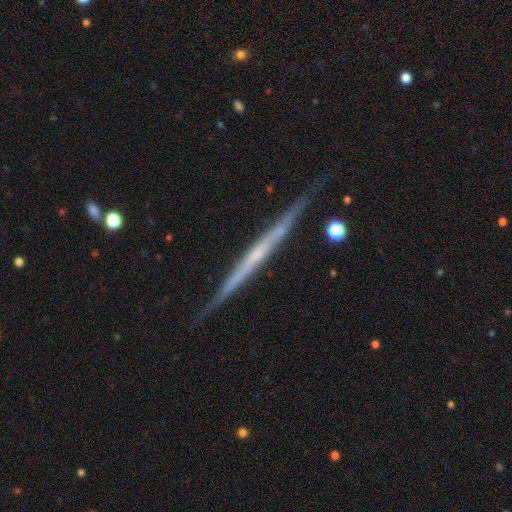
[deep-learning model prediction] Smooth or featured: featured or disk — 75% (smooth — 19%)
Edge-on disk: yes — 98% (no — 2%)
Edge-on bulge: none — 77% (rounded — 17%)
Merging: none — 89% (minor disturbance — 8%)